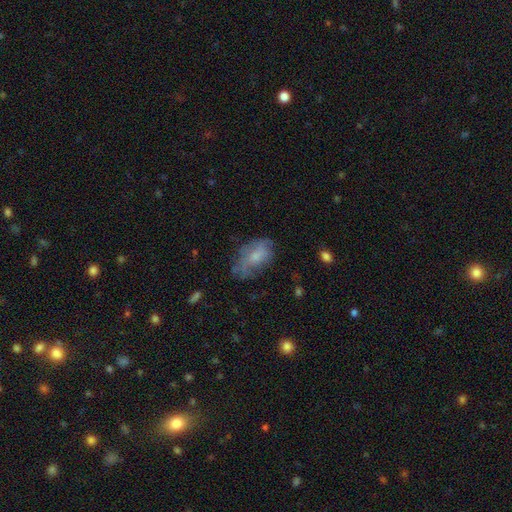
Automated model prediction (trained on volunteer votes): smooth_or_featured: smooth (p=0.57) [alt: featured or disk p=0.35]
how_rounded: in between (p=0.89) [alt: round p=0.08]
merging: none (p=0.51) [alt: minor disturbance p=0.31]